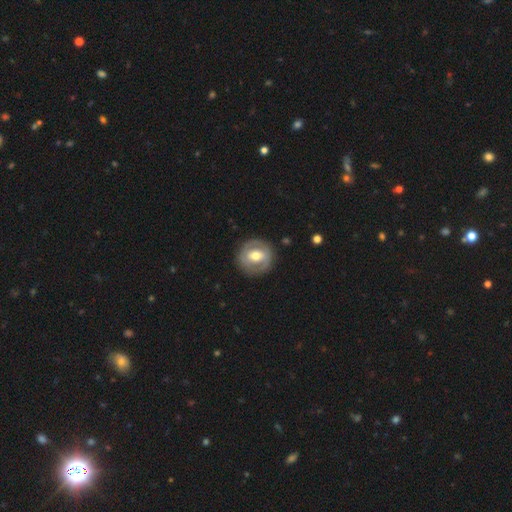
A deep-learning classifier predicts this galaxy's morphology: Smooth or featured: featured or disk — 59% (smooth — 35%)
Edge-on disk: no — 96% (yes — 4%)
Bar: weak — 40% (strong — 30%)
Spiral arms: no — 51% (yes — 49%)
Bulge size: moderate — 74% (small — 12%)
Merging: none — 84% (minor disturbance — 10%)